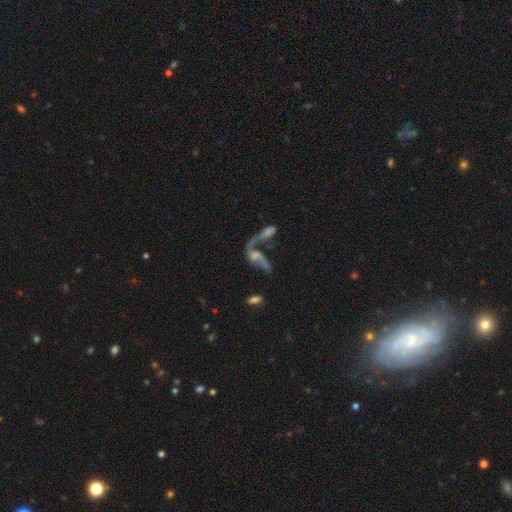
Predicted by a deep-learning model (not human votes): Overall: featured or disk (64%). Edge-on disk: no (87%). Bar: no (66%). Spiral arms: yes (69%; no 31%). Bulge size: small (32%, tied with none). Merging: merger (57%; none 19%).